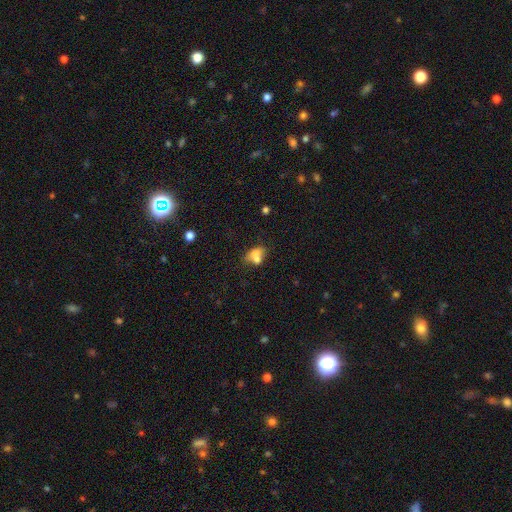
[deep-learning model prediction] smooth 64%, featured or disk 24%, star or artifact 12%. Down the decision tree: how rounded — in between (67%); merging — merger (50%).